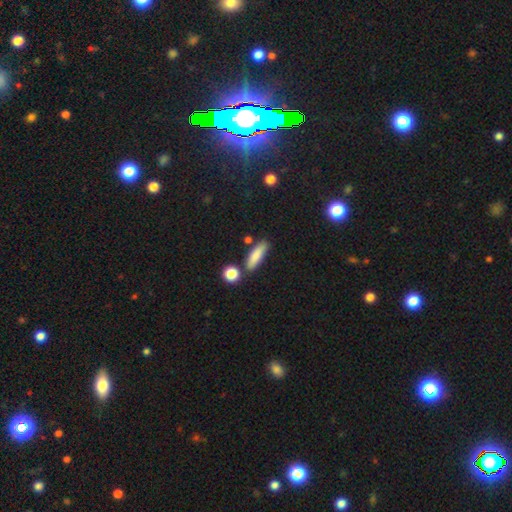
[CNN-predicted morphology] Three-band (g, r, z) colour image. It shows a smooth galaxy with no disk features (83%) that is cigar-shaped (55%). Merging: none (76%).